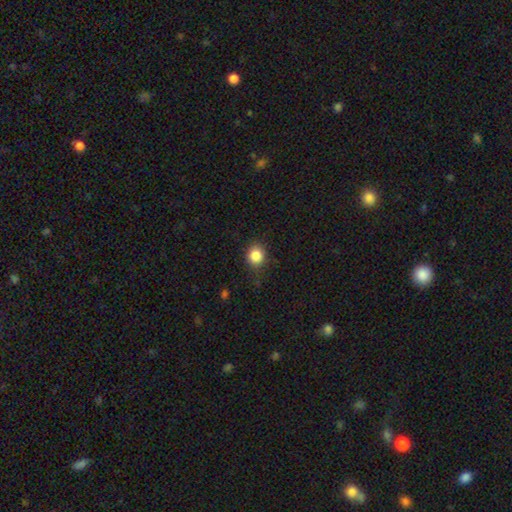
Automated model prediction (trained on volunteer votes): A smooth galaxy with no disk features (85%) that is round (77%).

Vote fractions:
- Smooth or featured? smooth: 85% / star or artifact: 10% / featured or disk: 5%
- How rounded? round: 77% / in between: 22% / cigar-shaped: 1%
- Merging? none: 81% / minor disturbance: 14% / major disturbance: 3% / merger: 1%